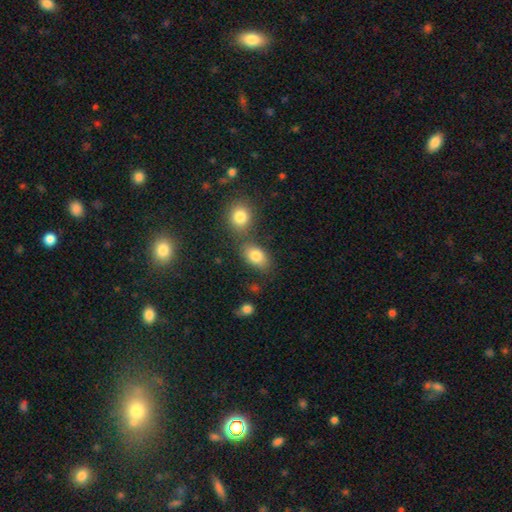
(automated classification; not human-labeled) Overall: smooth (82%). How rounded: in between (83%). Merging: none (59%; merger 25%).